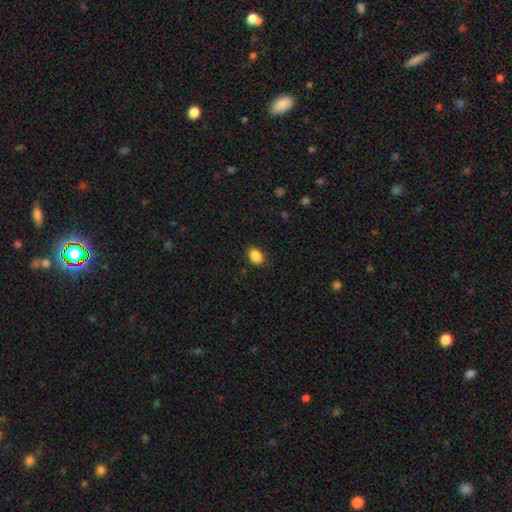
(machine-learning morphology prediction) Smooth or featured: smooth — 88% (star or artifact — 9%)
How rounded: in between — 73% (round — 26%)
Merging: none — 87% (minor disturbance — 10%)